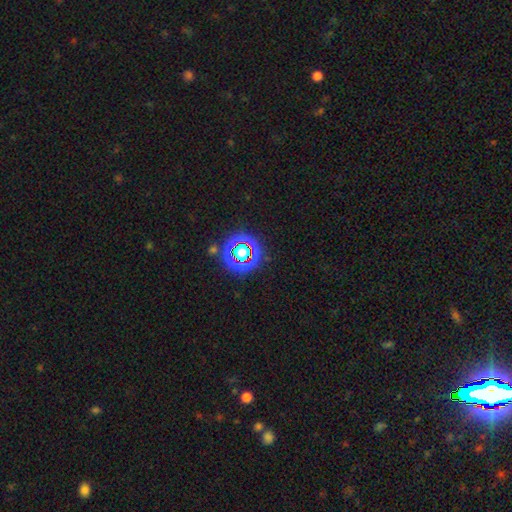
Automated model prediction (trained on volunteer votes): star or artifact 76%, smooth 16%, featured or disk 8%.